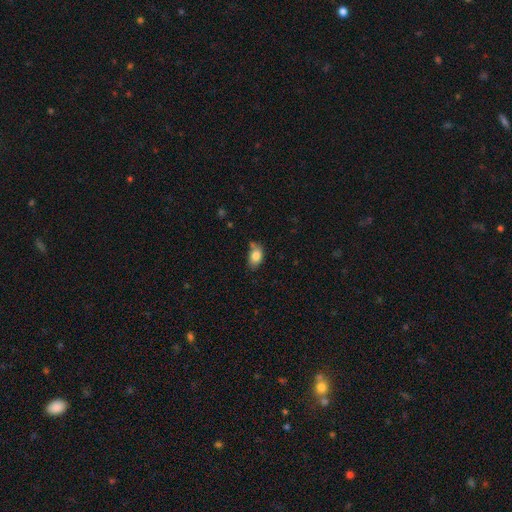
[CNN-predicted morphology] type=smooth (83%); roundness=in between (83%); merging=none (61%).